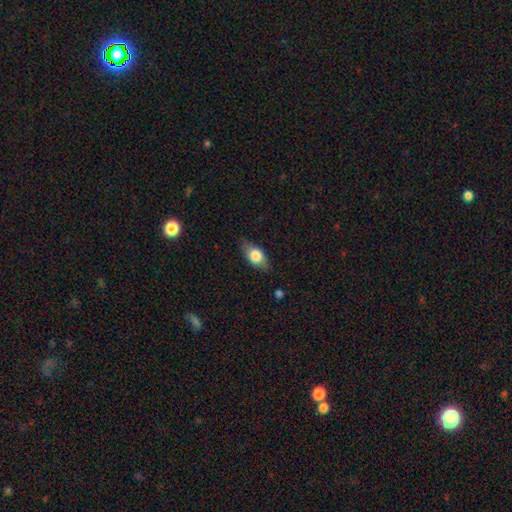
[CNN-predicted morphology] smooth 69%, featured or disk 24%, star or artifact 7%. Down the decision tree: how rounded — in between (82%); merging — none (79%).